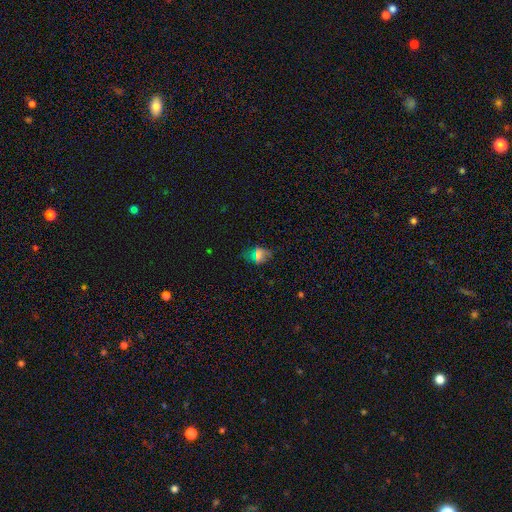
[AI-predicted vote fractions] Smooth or featured? Predicted: smooth (p=0.53). How rounded? Predicted: in between (p=0.63). Merging? Predicted: none (p=0.69).